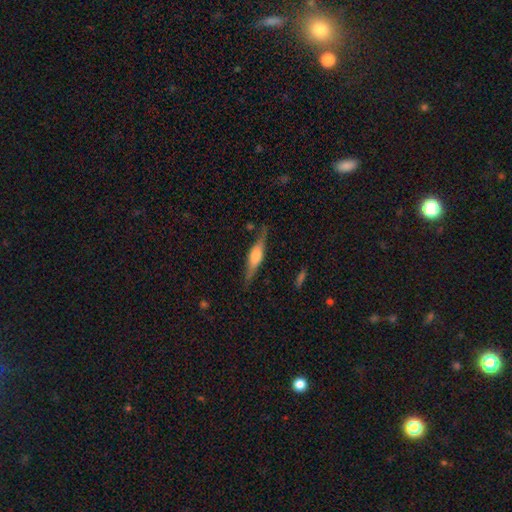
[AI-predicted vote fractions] The model was most divided on "smooth or featured": featured or disk: 62%, smooth: 32%, star or artifact: 6%. More confident: edge-on disk — yes (95%); merging — none (80%); edge-on bulge — rounded (76%).